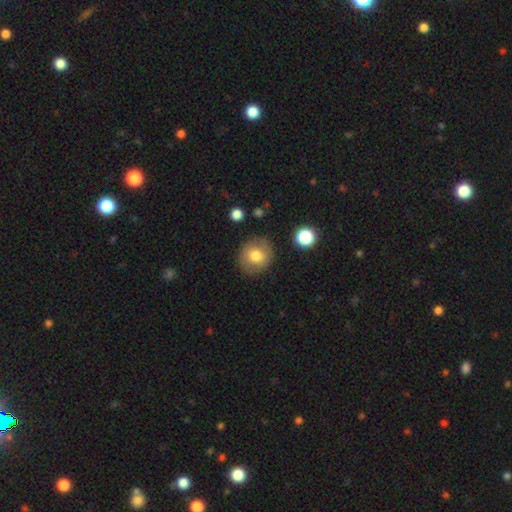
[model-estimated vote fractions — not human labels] This appears to be a smooth galaxy with no disk features (73%) that is round (87%). Merging: none (85%).